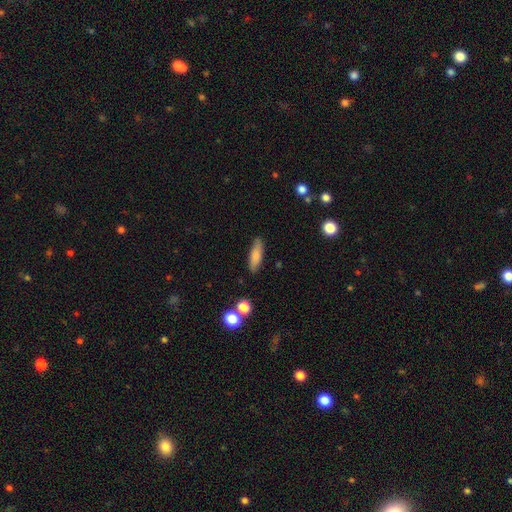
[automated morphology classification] smooth 80%, featured or disk 13%, star or artifact 7%. Down the decision tree: how rounded — cigar-shaped (57%); merging — none (85%).